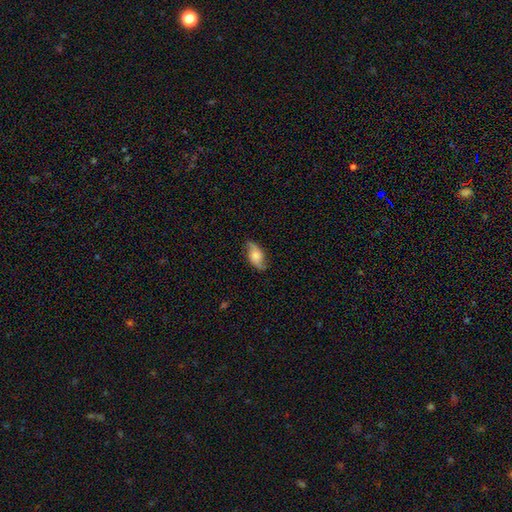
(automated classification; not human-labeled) smooth-or-featured: featured or disk: 47% | smooth: 44% | star or artifact: 8%
  merging: none: 78% | minor disturbance: 16% | major disturbance: 4% | merger: 1%